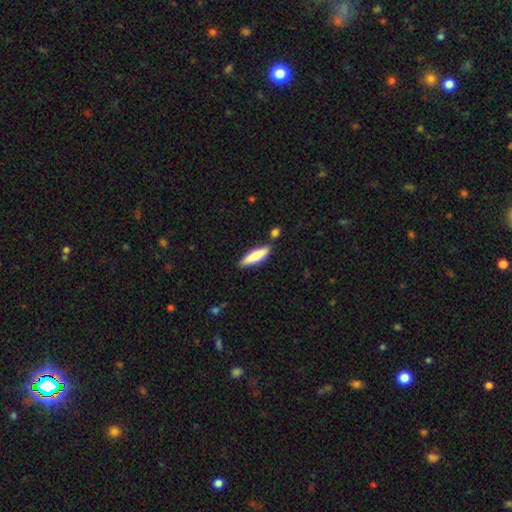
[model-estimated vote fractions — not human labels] smooth-or-featured: smooth: 71% | featured or disk: 23% | star or artifact: 6%
  how-rounded: cigar-shaped: 67% | in between: 31% | round: 2%
  merging: none: 80% | minor disturbance: 12% | merger: 6% | major disturbance: 2%